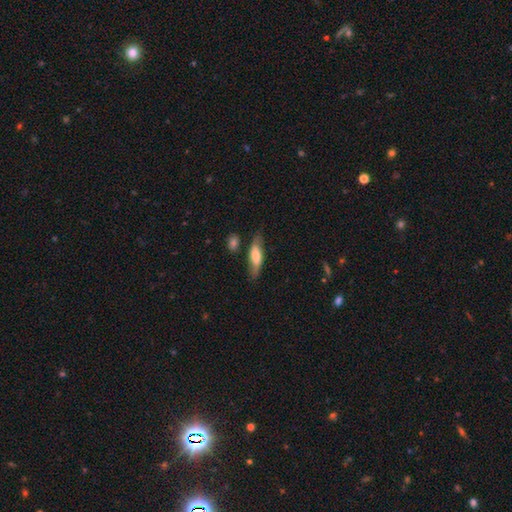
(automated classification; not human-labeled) Morphology: type=smooth (60%); roundness=cigar-shaped (52%); merging=none (74%).